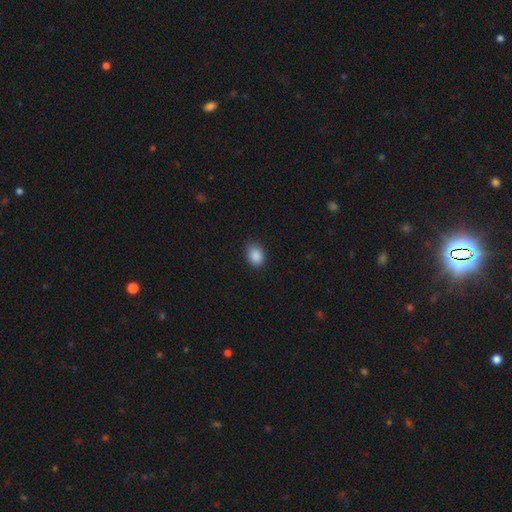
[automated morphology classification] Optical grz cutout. It shows a smooth galaxy with no disk features (89%) that is in between round and cigar-shaped (67%). Merging: none (82%).